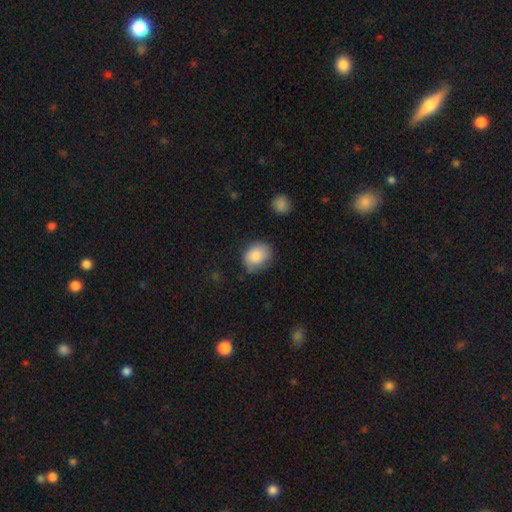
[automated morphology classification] smooth-or-featured: smooth: 86% | featured or disk: 7% | star or artifact: 7%
  how-rounded: in between: 54% | round: 46% | cigar-shaped: 1%
  merging: none: 65% | minor disturbance: 26% | major disturbance: 7% | merger: 2%